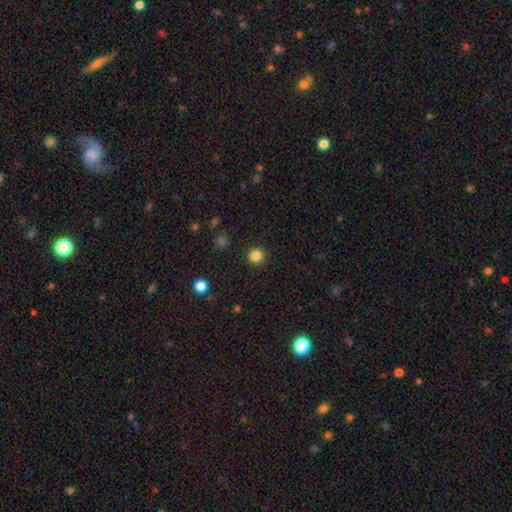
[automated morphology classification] This is clearly a smooth galaxy (84%). How rounded: clearly round (95%). Merging: clearly none (92%).